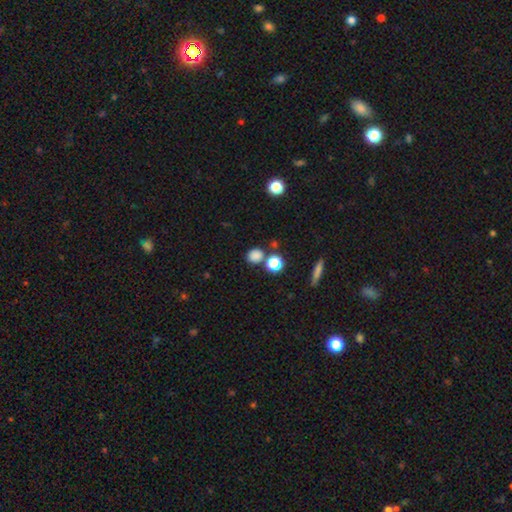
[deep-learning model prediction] Smooth or featured?
  - smooth: 81% *
  - star or artifact: 14%
  - featured or disk: 5%
How rounded?
  - round: 73% *
  - in between: 26%
  - cigar-shaped: 2%
Merging?
  - none: 73% *
  - merger: 14%
  - minor disturbance: 10%
  - major disturbance: 4%